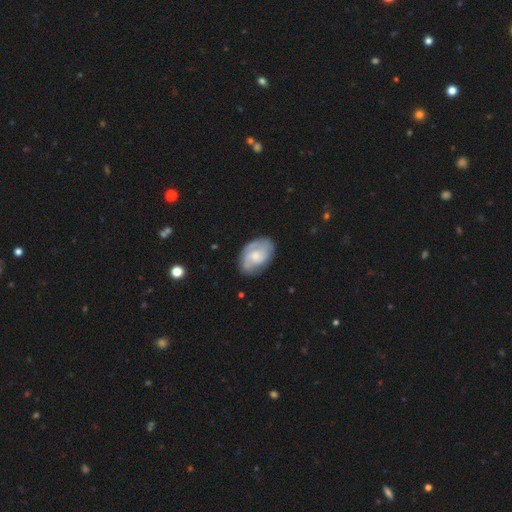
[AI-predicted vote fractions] Smooth or featured? Predicted: featured or disk (p=0.62). Edge-on disk? Predicted: no (p=0.97). Bar? Predicted: no (p=0.69). Spiral arms? Predicted: yes (p=0.86). Spiral winding? Predicted: tight (p=0.43). Spiral arm count? Predicted: 2 (p=0.44). Bulge size? Predicted: moderate (p=0.41). Merging? Predicted: none (p=0.70).